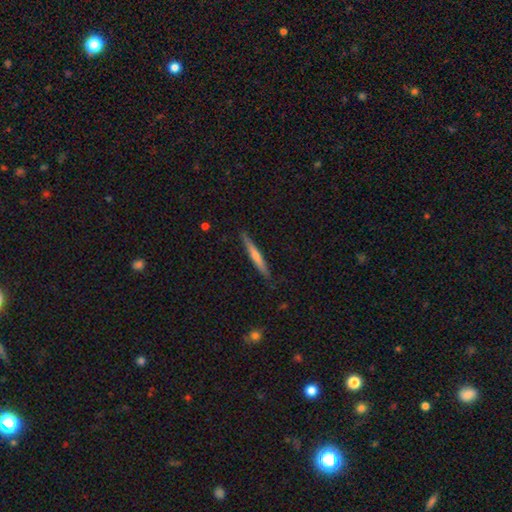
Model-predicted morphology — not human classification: This appears to be a smooth galaxy with no disk features (51%) that is cigar-shaped (95%). Merging: none (87%).